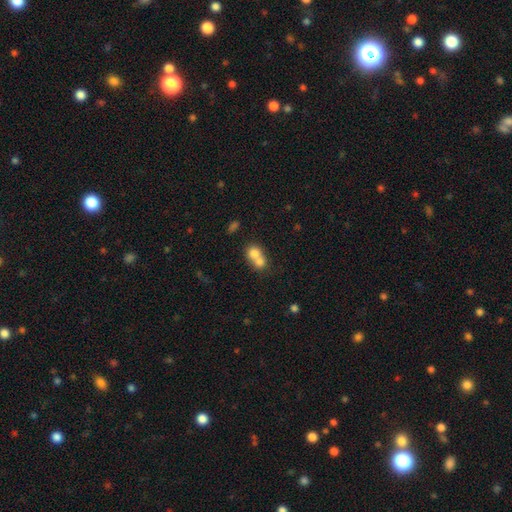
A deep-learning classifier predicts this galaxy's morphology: This is likely a smooth galaxy (72%). How rounded: likely round (68%). Merging: likely merger (70%).